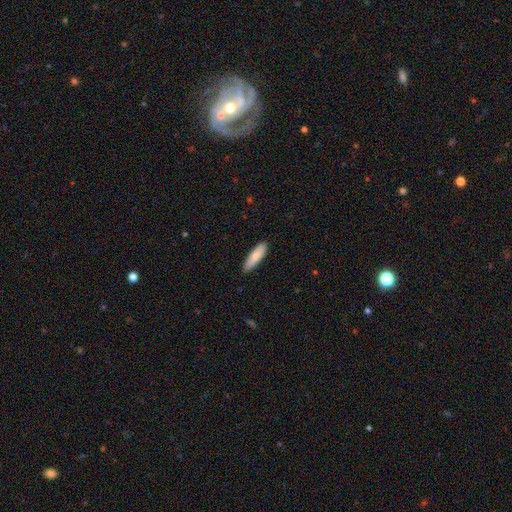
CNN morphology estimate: Smooth or featured? smooth (83%)
How rounded? cigar-shaped (62%)
Merging? none (85%)